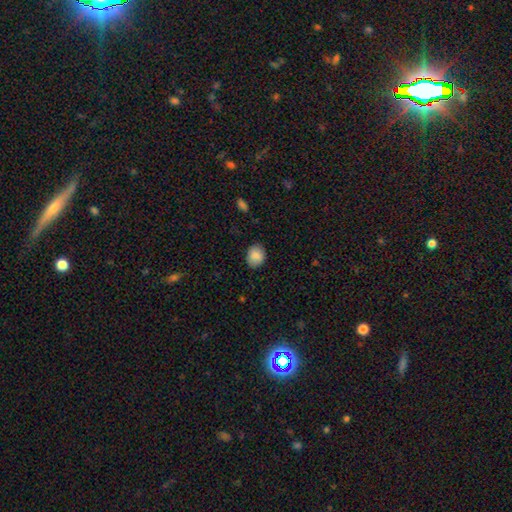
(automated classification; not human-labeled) The model was most divided on "how rounded": in between: 52%, round: 47%, cigar-shaped: 1%. More confident: smooth or featured — smooth (87%); merging — none (86%).